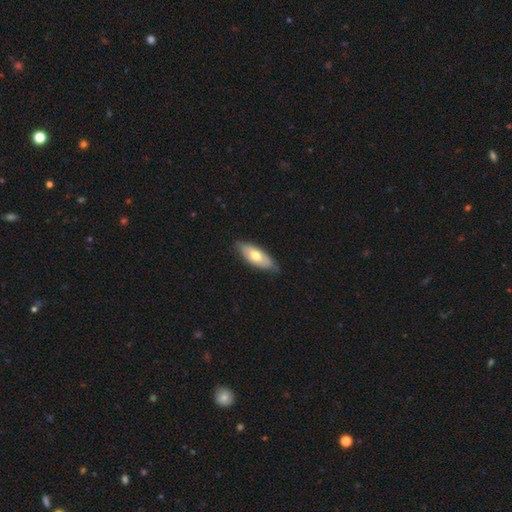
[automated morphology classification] A smooth galaxy with no disk features (61%) that is in between round and cigar-shaped (76%).

Vote fractions:
- Smooth or featured? smooth: 61% / featured or disk: 34% / star or artifact: 5%
- How rounded? in between: 76% / cigar-shaped: 22% / round: 2%
- Merging? none: 80% / minor disturbance: 17% / major disturbance: 2% / merger: 1%